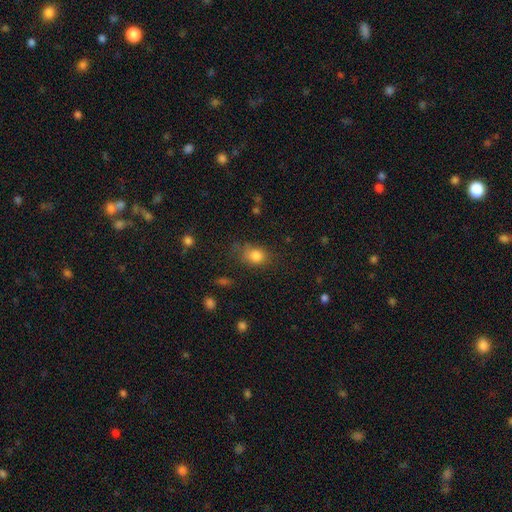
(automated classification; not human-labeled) Smooth or featured? Predicted: smooth (p=0.82). How rounded? Predicted: in between (p=0.57). Merging? Predicted: none (p=0.64).